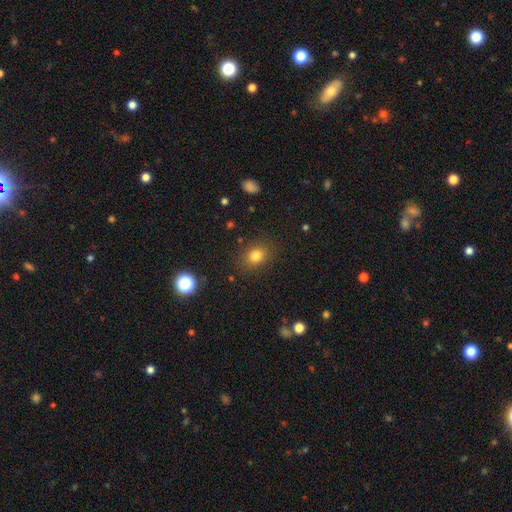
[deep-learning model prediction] smooth-or-featured: smooth: 79% | star or artifact: 13% | featured or disk: 7%
  how-rounded: round: 54% | in between: 45% | cigar-shaped: 1%
  merging: none: 84% | minor disturbance: 10% | major disturbance: 4% | merger: 2%